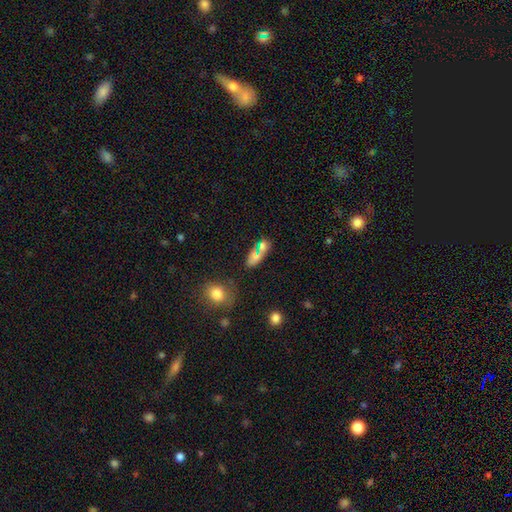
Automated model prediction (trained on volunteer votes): The model was most divided on "merging": none: 62%, merger: 18%, minor disturbance: 15%, major disturbance: 6%. More confident: how rounded — in between (75%); smooth or featured — smooth (68%).